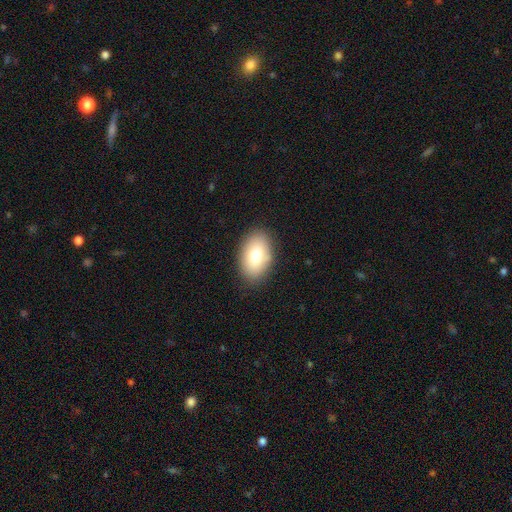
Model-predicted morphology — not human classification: This appears to be a smooth galaxy with no disk features (76%) that is in between round and cigar-shaped (88%). Merging: none (86%).